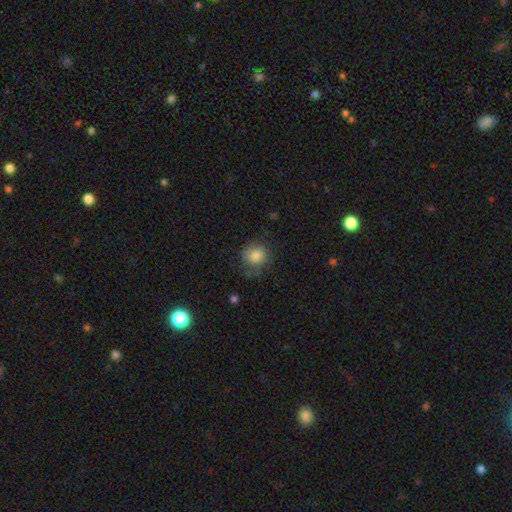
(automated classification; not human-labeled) Smooth or featured? smooth (82%)
How rounded? round (82%)
Merging? none (61%)